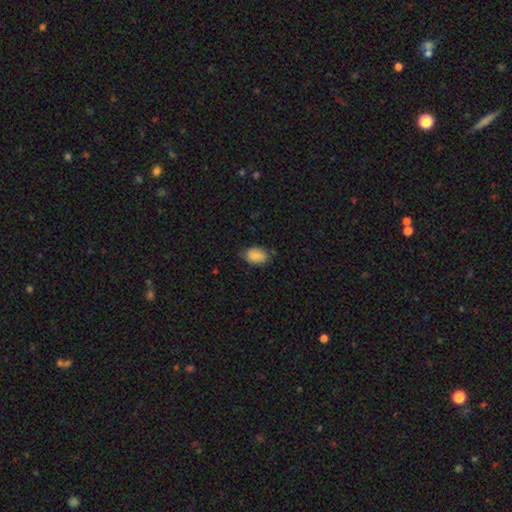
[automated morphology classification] Smooth or featured: smooth — 85% (star or artifact — 8%)
How rounded: in between — 84% (round — 15%)
Merging: none — 73% (minor disturbance — 22%)